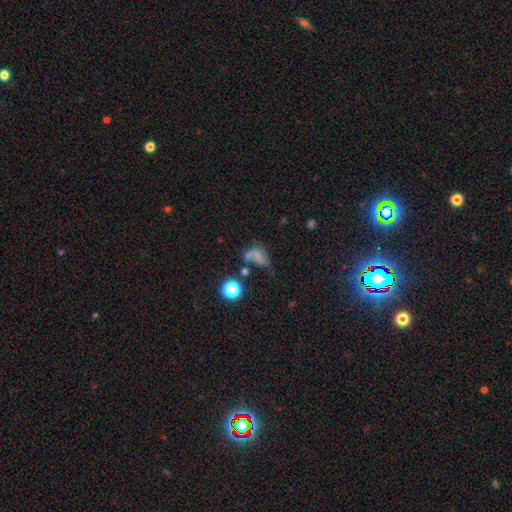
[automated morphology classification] Smooth or featured? Predicted: smooth (p=0.52). How rounded? Predicted: in between (p=0.69). Merging? Predicted: major disturbance (p=0.35).